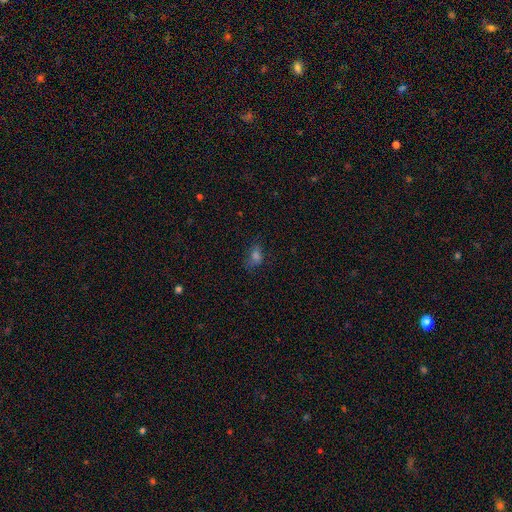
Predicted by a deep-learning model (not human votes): Morphology: type=smooth (63%); roundness=in between (71%); merging=none (62%).